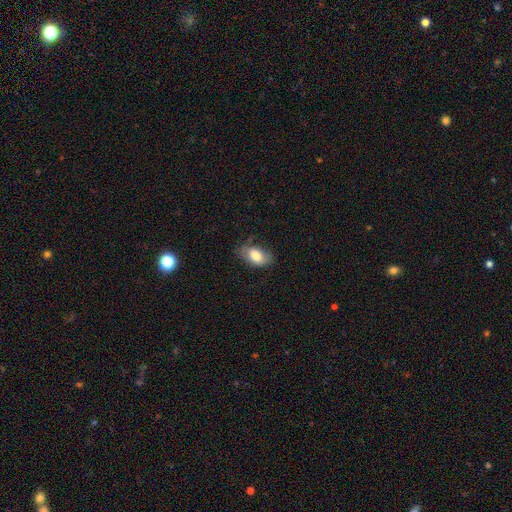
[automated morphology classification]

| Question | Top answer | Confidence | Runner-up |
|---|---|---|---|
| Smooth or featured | smooth | 77% | featured or disk (17%) |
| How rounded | in between | 93% | round (5%) |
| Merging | none | 68% | minor disturbance (24%) |